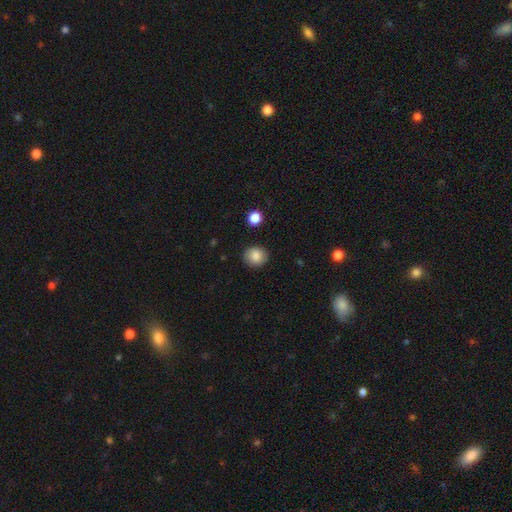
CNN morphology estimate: Smooth or featured? smooth (85%)
How rounded? round (72%)
Merging? none (87%)